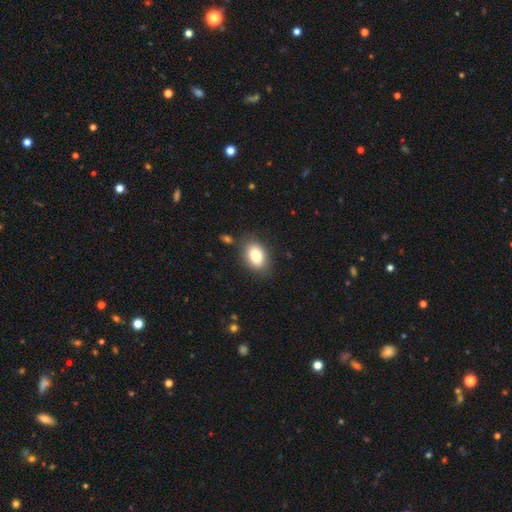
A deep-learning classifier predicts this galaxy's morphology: smooth_or_featured: smooth (p=0.86) [alt: star or artifact p=0.07]
how_rounded: in between (p=0.89) [alt: round p=0.09]
merging: none (p=0.81) [alt: minor disturbance p=0.12]